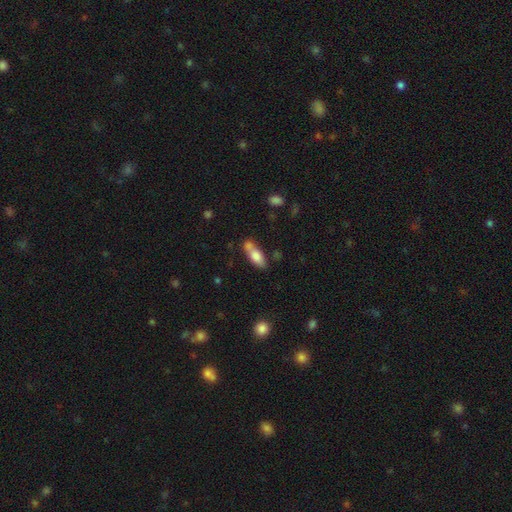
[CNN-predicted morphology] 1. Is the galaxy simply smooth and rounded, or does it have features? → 76% smooth, 17% featured or disk, 7% star or artifact.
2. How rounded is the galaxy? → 71% in between, 27% cigar-shaped, 3% round.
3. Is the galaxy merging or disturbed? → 49% none, 28% merger, 18% minor disturbance, 5% major disturbance.